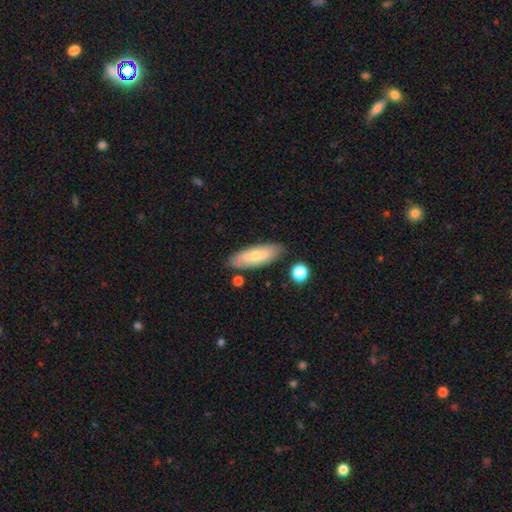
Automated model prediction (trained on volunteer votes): smooth_or_featured: smooth (p=0.67) [alt: featured or disk p=0.27]
how_rounded: in between (p=0.63) [alt: cigar-shaped p=0.35]
merging: none (p=0.80) [alt: minor disturbance p=0.14]